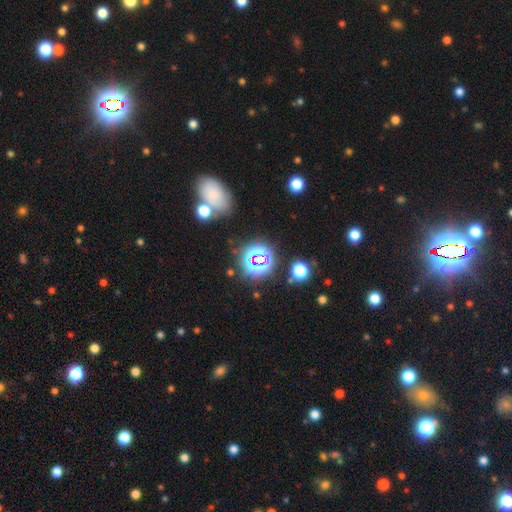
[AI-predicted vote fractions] smooth_or_featured: star or artifact (p=0.67) [alt: smooth p=0.23]